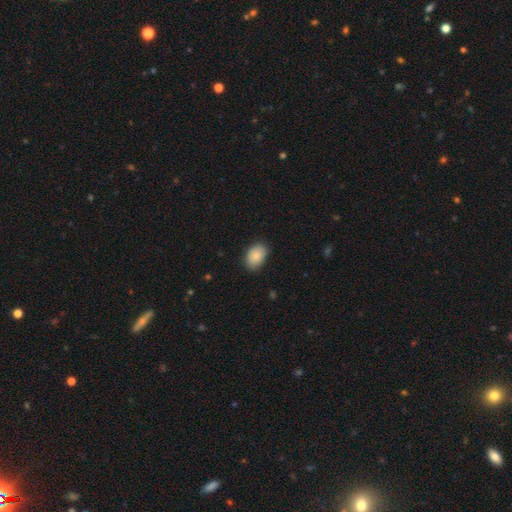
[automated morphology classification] smooth_or_featured: smooth (p=0.86) [alt: featured or disk p=0.08]
how_rounded: in between (p=0.83) [alt: round p=0.16]
merging: none (p=0.80) [alt: minor disturbance p=0.16]